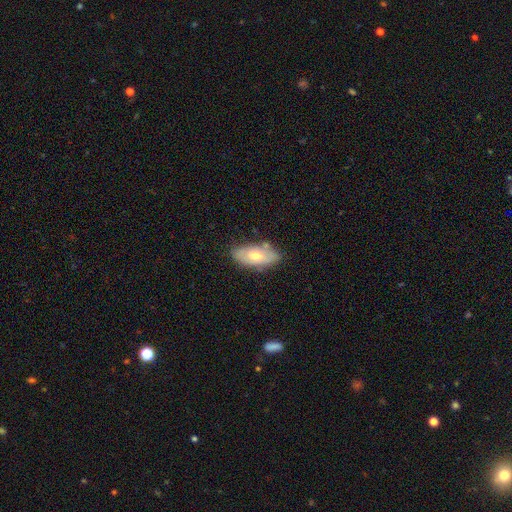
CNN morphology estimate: Overall: smooth (59%; featured or disk 34%). How rounded: in between (90%). Merging: none (73%).